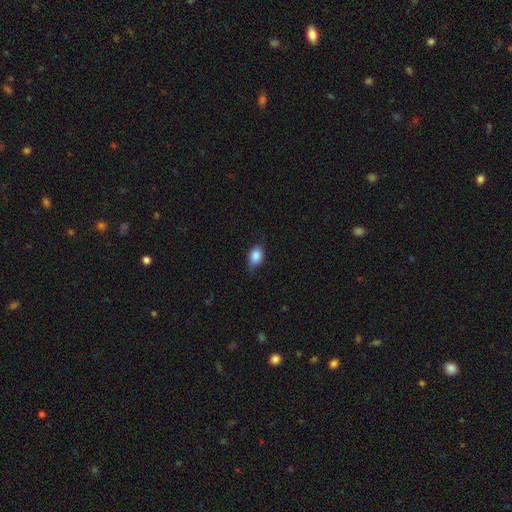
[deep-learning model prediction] A smooth galaxy with no disk features (86%) that is in between round and cigar-shaped (76%). Merging: none (65%).